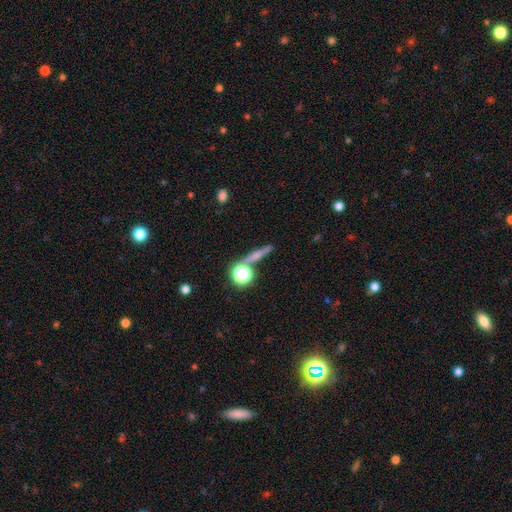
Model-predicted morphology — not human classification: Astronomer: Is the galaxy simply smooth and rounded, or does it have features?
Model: smooth — 51% (runner-up: featured or disk, 32%).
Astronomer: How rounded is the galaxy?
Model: cigar-shaped — 66%.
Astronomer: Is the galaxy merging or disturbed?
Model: none — 76%.